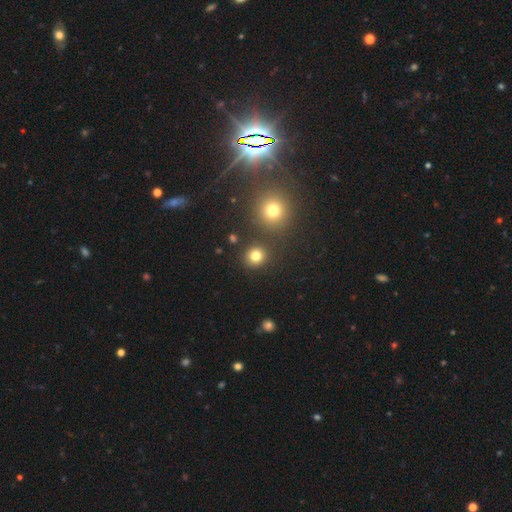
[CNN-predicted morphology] Smooth or featured? smooth (78%)
How rounded? round (89%)
Merging? none (86%)